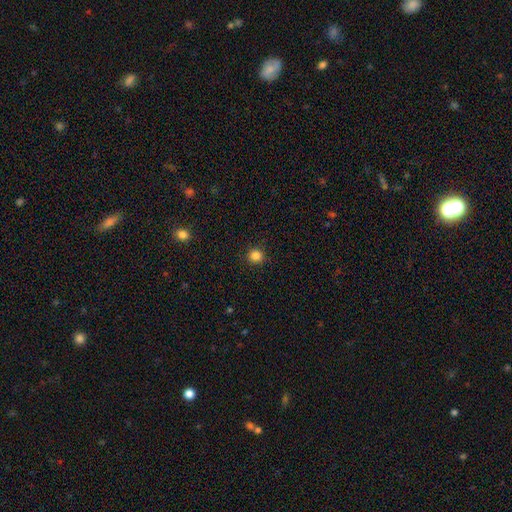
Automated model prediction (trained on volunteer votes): Smooth or featured? smooth (85%)
How rounded? round (92%)
Merging? none (91%)